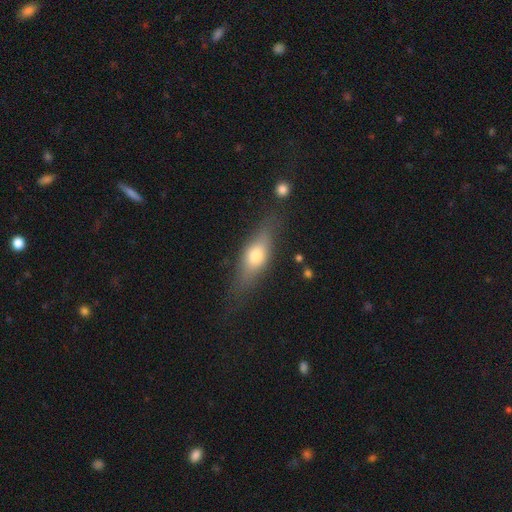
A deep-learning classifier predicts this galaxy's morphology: Smooth or featured: smooth — 57% (featured or disk — 36%)
How rounded: in between — 55% (cigar-shaped — 40%)
Merging: none — 73% (minor disturbance — 18%)